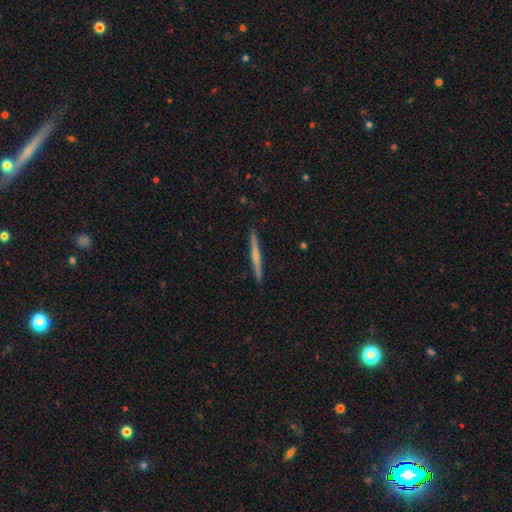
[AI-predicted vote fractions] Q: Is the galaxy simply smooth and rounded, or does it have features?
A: featured or disk — 56%.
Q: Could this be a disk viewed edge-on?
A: yes — 98%.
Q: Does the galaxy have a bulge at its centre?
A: none — 51%.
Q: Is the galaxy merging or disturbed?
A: none — 92%.